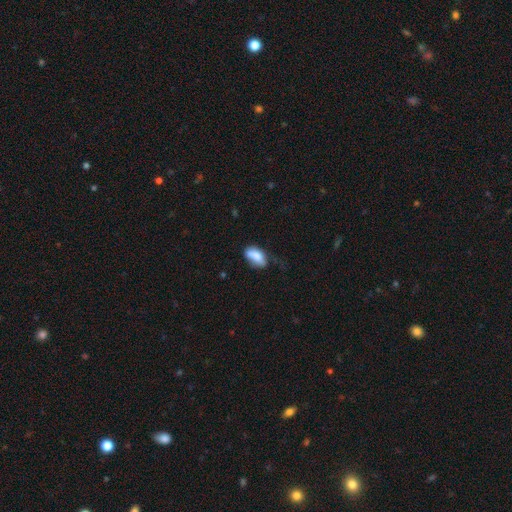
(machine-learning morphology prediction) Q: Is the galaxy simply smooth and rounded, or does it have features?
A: smooth — 75%.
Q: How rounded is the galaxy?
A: in between — 89%.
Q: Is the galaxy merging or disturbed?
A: none — 39%.